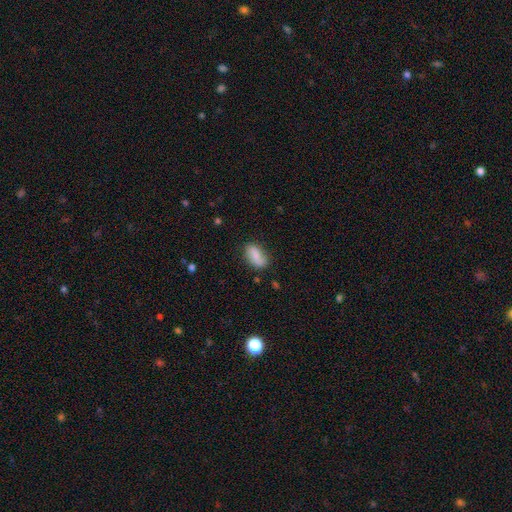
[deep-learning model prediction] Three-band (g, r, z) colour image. It shows a smooth galaxy with no disk features (76%) that is in between round and cigar-shaped (87%). Merging: none (73%).